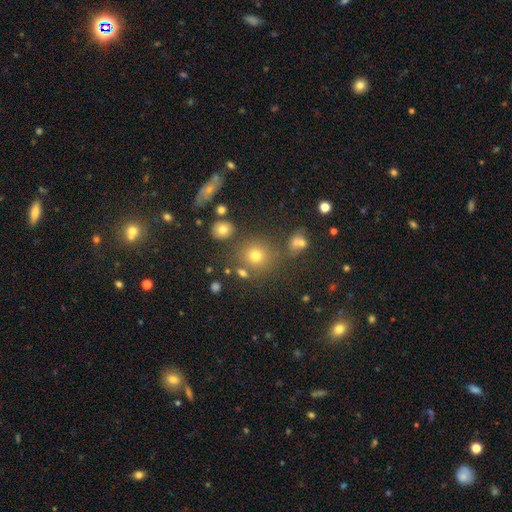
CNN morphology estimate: Smooth or featured?
  - smooth: 70% *
  - star or artifact: 20%
  - featured or disk: 11%
How rounded?
  - round: 89% *
  - in between: 10%
  - cigar-shaped: 1%
Merging?
  - none: 74% *
  - merger: 11%
  - minor disturbance: 10%
  - major disturbance: 5%